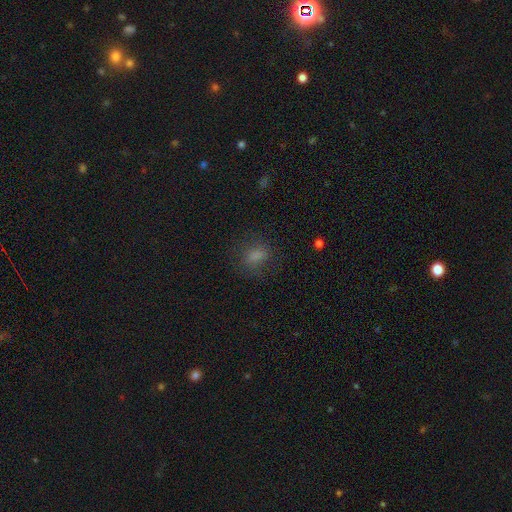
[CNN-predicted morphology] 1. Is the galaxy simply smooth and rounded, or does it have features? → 76% smooth, 15% star or artifact, 9% featured or disk.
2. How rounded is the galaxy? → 61% in between, 36% round, 3% cigar-shaped.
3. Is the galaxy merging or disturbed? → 73% none, 16% minor disturbance, 10% major disturbance, 1% merger.